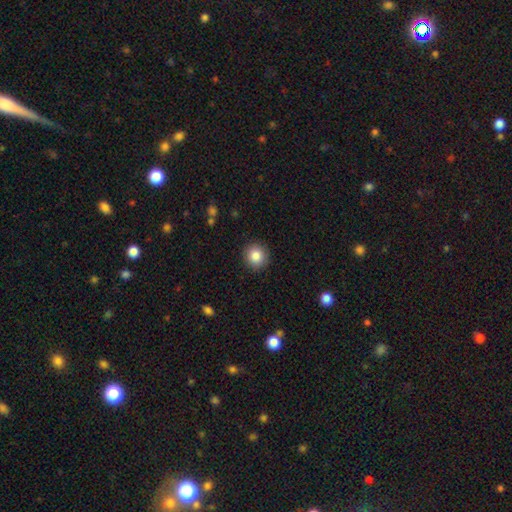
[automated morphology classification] Overall: smooth (85%). How rounded: round (92%). Merging: none (91%).